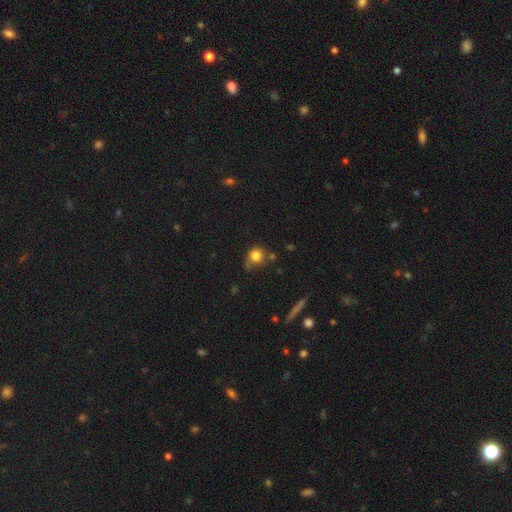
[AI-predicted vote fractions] Smooth or featured?
  - smooth: 80% *
  - star or artifact: 10%
  - featured or disk: 10%
How rounded?
  - round: 82% *
  - in between: 17%
  - cigar-shaped: 1%
Merging?
  - none: 53% *
  - minor disturbance: 27%
  - major disturbance: 12%
  - merger: 8%